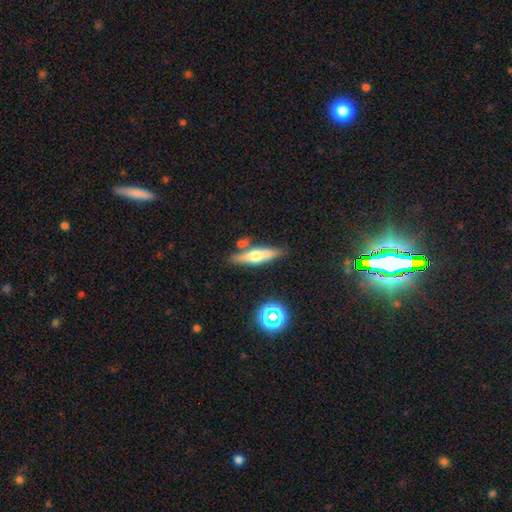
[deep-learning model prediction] Smooth or featured? Predicted: featured or disk (p=0.49). Merging? Predicted: none (p=0.75).